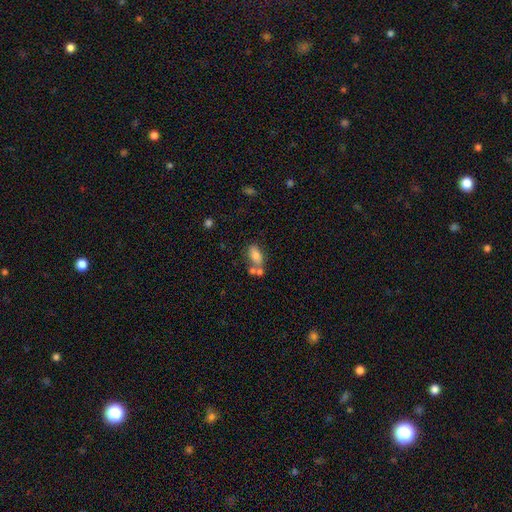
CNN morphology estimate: A smooth galaxy with no disk features (76%) that is in between round and cigar-shaped (88%). Merging: none (47%).